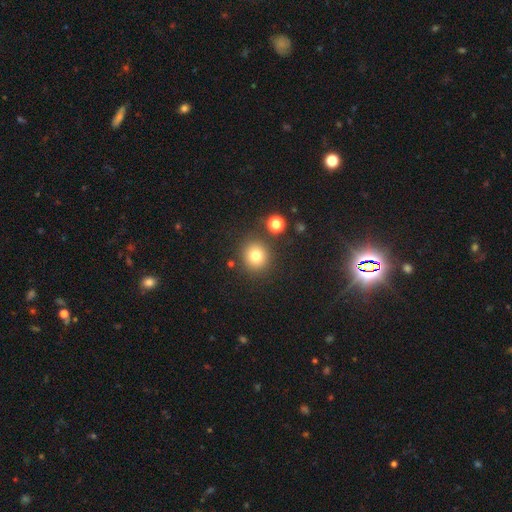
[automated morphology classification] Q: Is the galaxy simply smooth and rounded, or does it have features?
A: smooth — 78%.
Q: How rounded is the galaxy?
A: round — 89%.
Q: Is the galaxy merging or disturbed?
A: none — 84%.